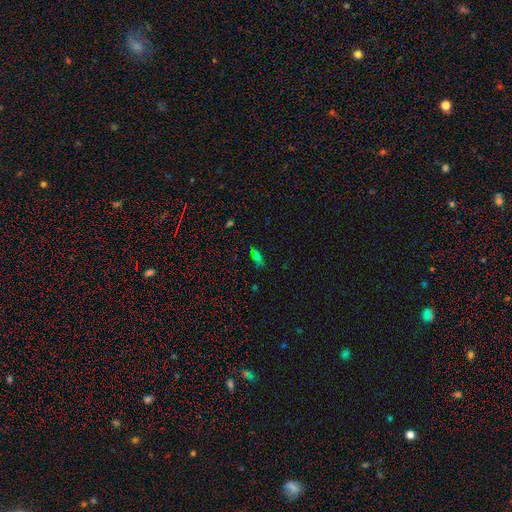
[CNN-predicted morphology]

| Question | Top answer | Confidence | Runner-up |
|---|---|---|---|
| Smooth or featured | smooth | 62% | star or artifact (23%) |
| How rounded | in between | 70% | cigar-shaped (24%) |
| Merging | none | 74% | minor disturbance (18%) |